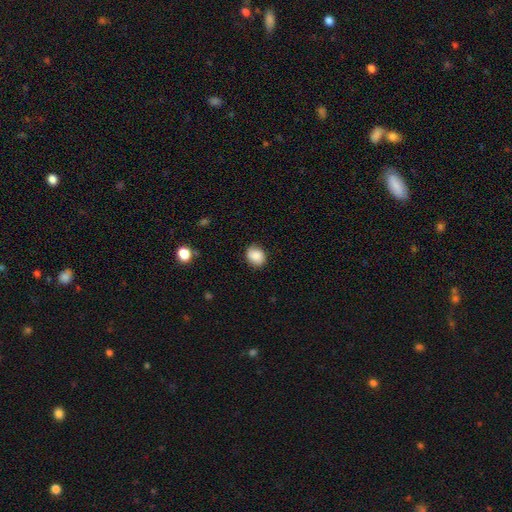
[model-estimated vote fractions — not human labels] Smooth or featured? smooth (83%)
How rounded? round (54%)
Merging? none (81%)